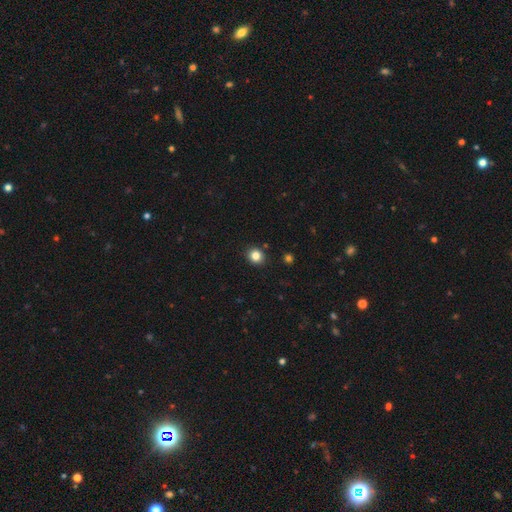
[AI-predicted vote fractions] This appears to be a smooth galaxy with no disk features (83%) that is round (78%). Merging: none (90%).